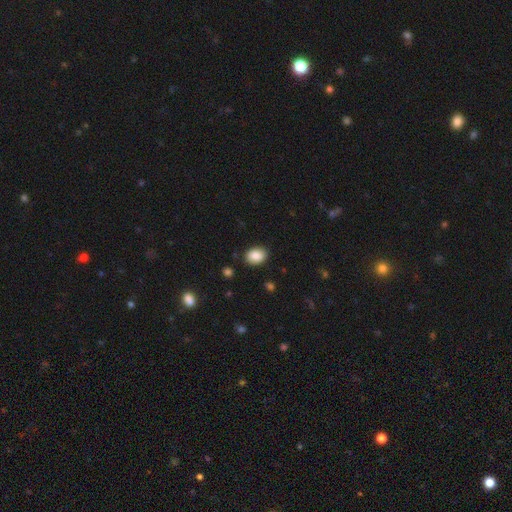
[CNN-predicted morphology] Overall: smooth (88%). How rounded: in between (72%). Merging: none (86%).